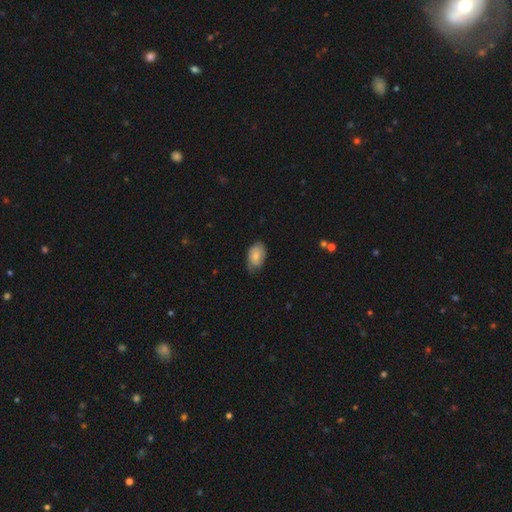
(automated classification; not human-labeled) Smooth or featured? Predicted: smooth (p=0.70). How rounded? Predicted: in between (p=0.90). Merging? Predicted: none (p=0.62).